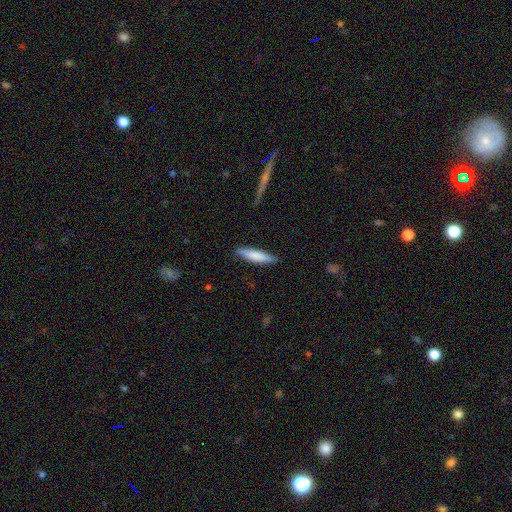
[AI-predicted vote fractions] This is likely a smooth galaxy (79%). How rounded: clearly cigar-shaped (82%). Merging: clearly none (87%).